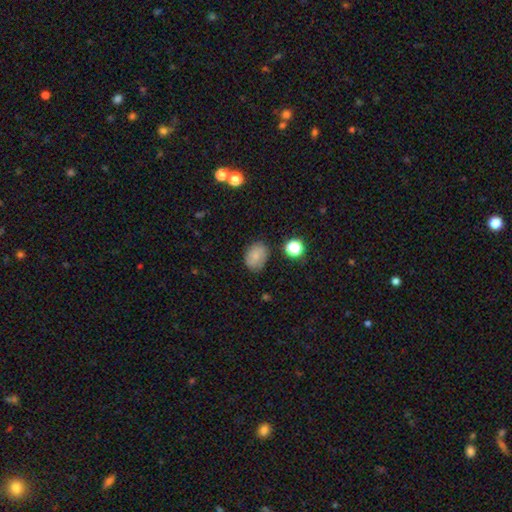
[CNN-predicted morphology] Overall: smooth (75%). How rounded: in between (65%; round 34%). Merging: none (76%).